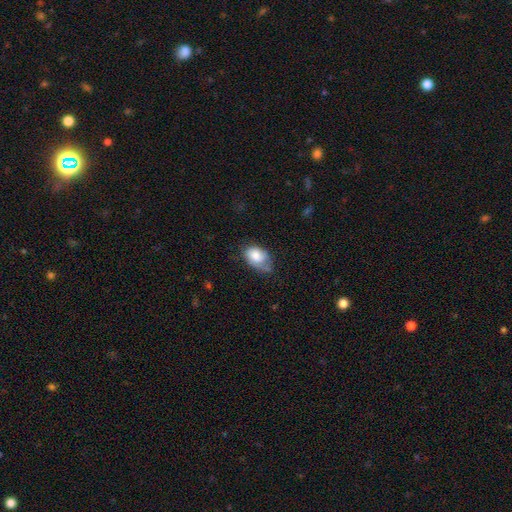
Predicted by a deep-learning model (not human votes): The model was most divided on "merging": minor disturbance: 41%, none: 40%, major disturbance: 17%, merger: 3%. More confident: how rounded — in between (85%); smooth or featured — smooth (76%).